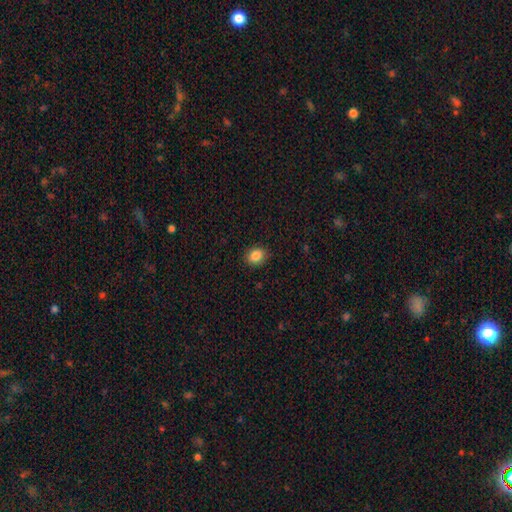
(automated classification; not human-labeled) smooth-or-featured: smooth: 86% | star or artifact: 9% | featured or disk: 4%
  how-rounded: round: 59% | in between: 41% | cigar-shaped: 1%
  merging: none: 88% | minor disturbance: 9% | major disturbance: 2% | merger: 1%